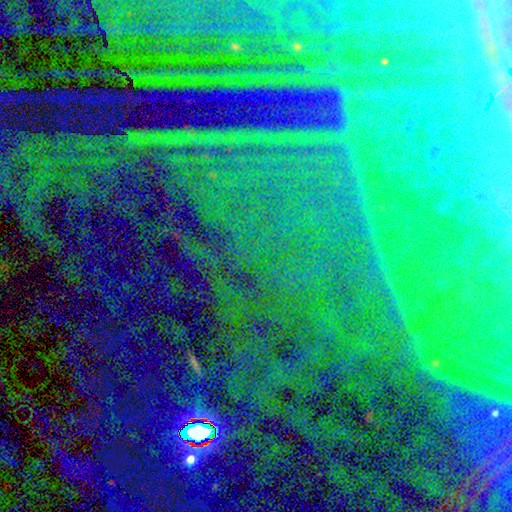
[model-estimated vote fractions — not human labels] smooth_or_featured: star or artifact (p=0.84) [alt: featured or disk p=0.09]